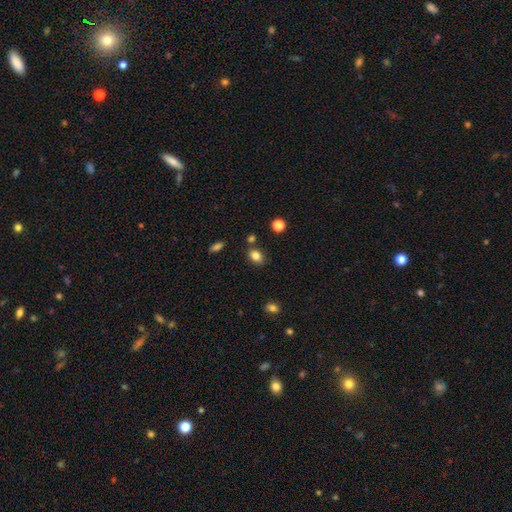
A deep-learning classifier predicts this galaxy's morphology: This appears to be a smooth galaxy with no disk features (82%) that is in between round and cigar-shaped (72%). Merging: none (76%).